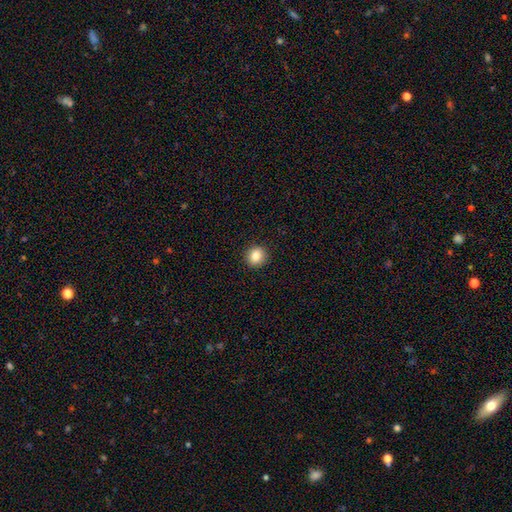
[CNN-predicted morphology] Smooth or featured? smooth (85%)
How rounded? round (90%)
Merging? none (92%)